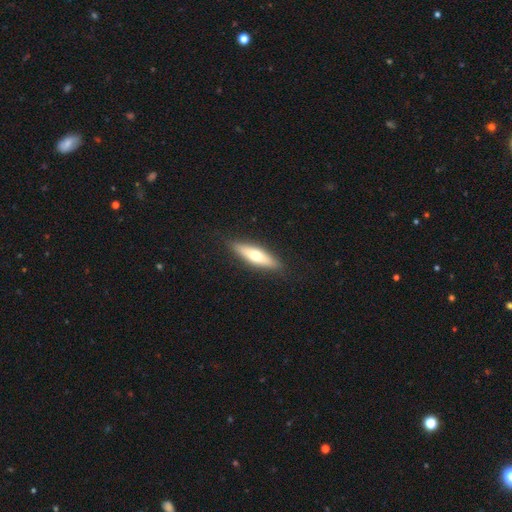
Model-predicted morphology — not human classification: Smooth or featured? Predicted: smooth (p=0.56). How rounded? Predicted: cigar-shaped (p=0.66). Merging? Predicted: none (p=0.88).